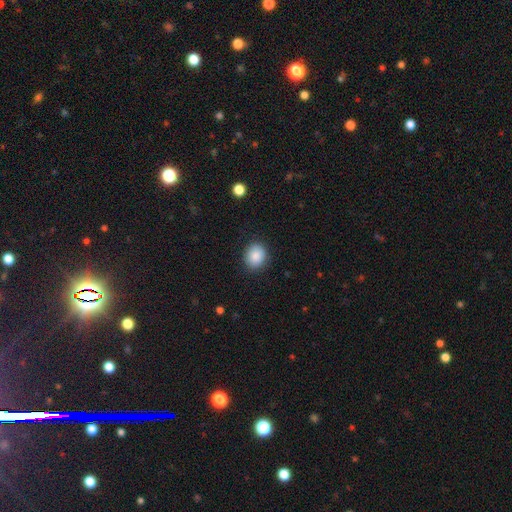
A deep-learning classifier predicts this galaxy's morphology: A smooth galaxy with no disk features (87%) that is round (65%). Merging: none (87%).